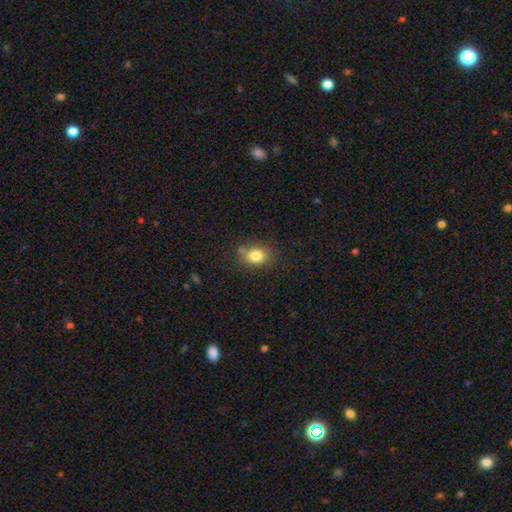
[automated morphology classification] Overall: smooth (81%). How rounded: in between (63%; round 36%). Merging: none (69%).